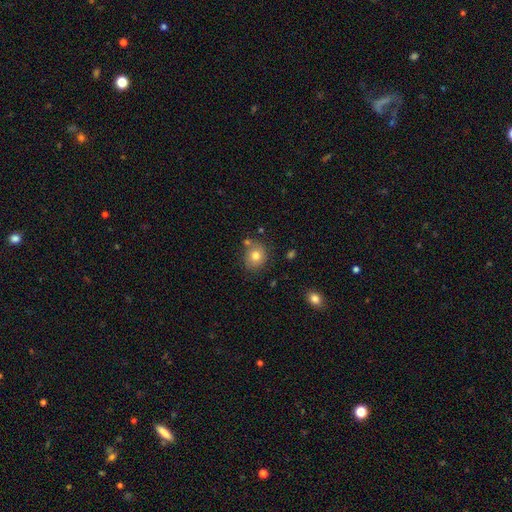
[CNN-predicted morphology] smooth_or_featured: smooth (p=0.79) [alt: featured or disk p=0.10]
how_rounded: round (p=0.76) [alt: in between p=0.23]
merging: none (p=0.75) [alt: minor disturbance p=0.13]